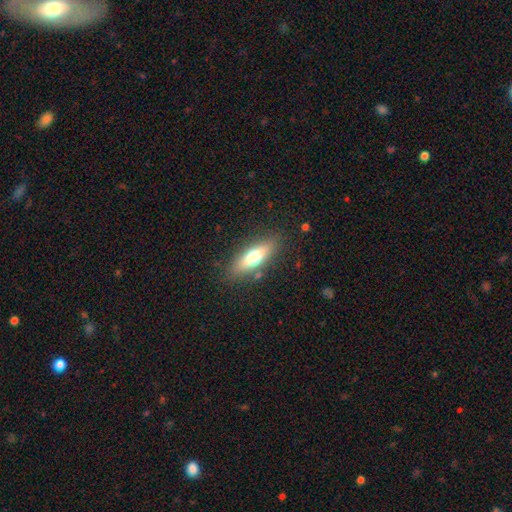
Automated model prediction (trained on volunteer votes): A smooth galaxy with no disk features (59%) that is in between round and cigar-shaped (49%). Merging: none (84%).